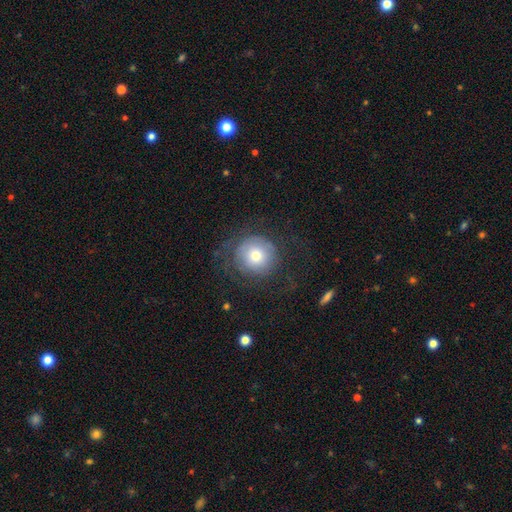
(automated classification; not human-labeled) The model was most divided on "smooth or featured": smooth: 57%, featured or disk: 34%, star or artifact: 9%. More confident: how rounded — round (92%); merging — none (64%).